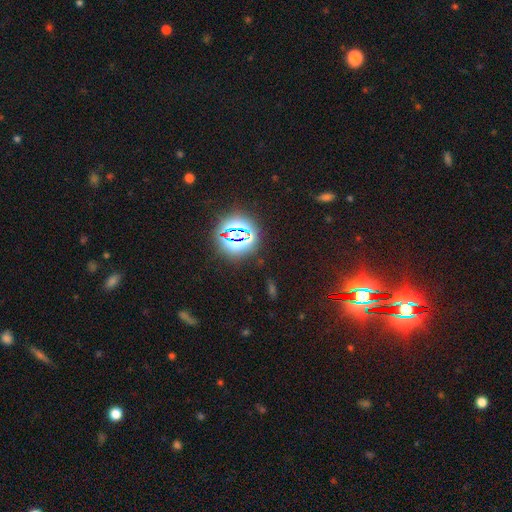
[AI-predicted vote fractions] Morphology: type=star or artifact (83%).